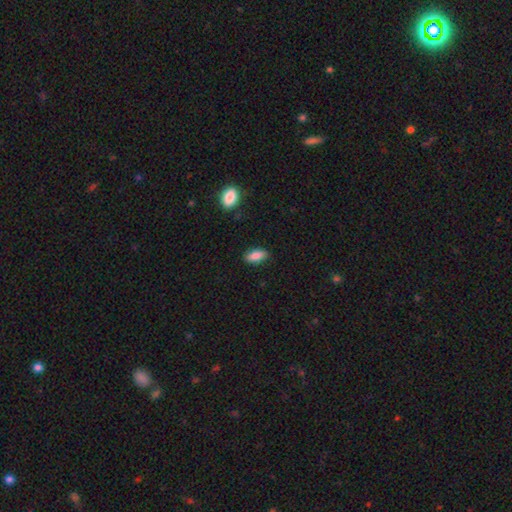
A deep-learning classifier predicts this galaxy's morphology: Smooth or featured? Predicted: smooth (p=0.84). How rounded? Predicted: in between (p=0.84). Merging? Predicted: none (p=0.85).